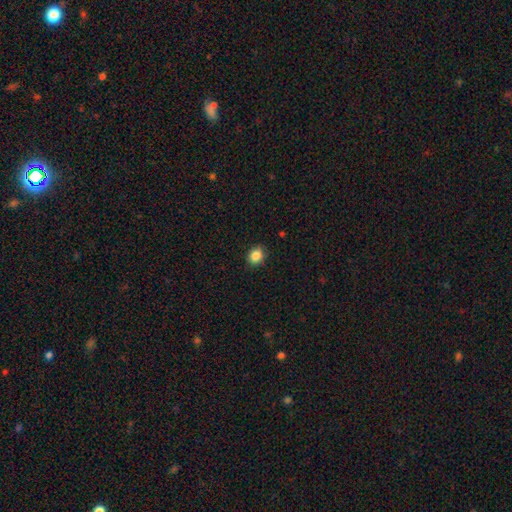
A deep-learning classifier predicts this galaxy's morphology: This is clearly a smooth galaxy (86%). How rounded: likely round (63%). Merging: clearly none (87%).